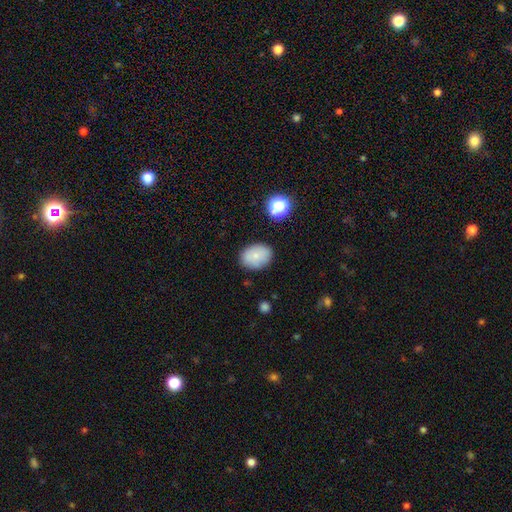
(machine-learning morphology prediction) Q: Smooth or featured?
A: smooth (78%); runner-up: featured or disk (13%)
Q: How rounded?
A: in between (70%); runner-up: round (29%)
Q: Merging?
A: none (83%); runner-up: minor disturbance (12%)